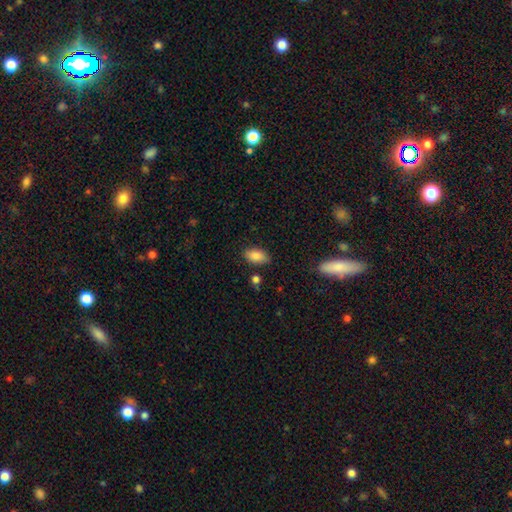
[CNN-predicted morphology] Overall: smooth (86%). How rounded: in between (92%). Merging: none (80%).